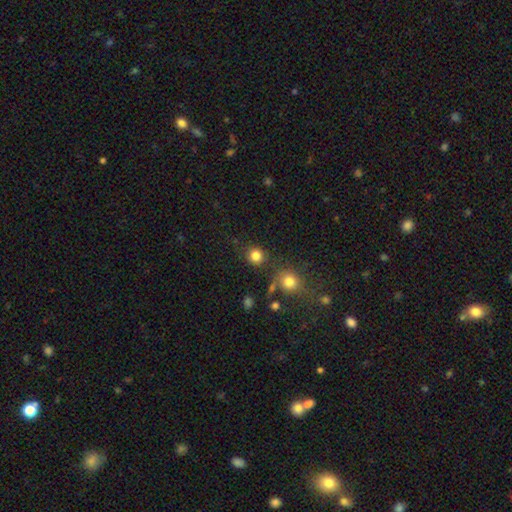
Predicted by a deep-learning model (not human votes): Smooth or featured? smooth (83%)
How rounded? round (90%)
Merging? none (82%)